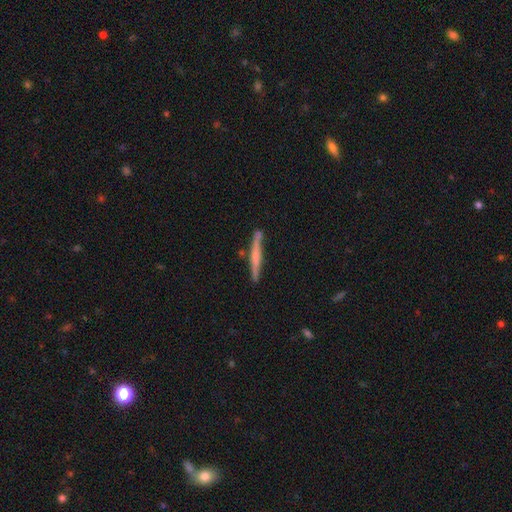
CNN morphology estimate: Q: Smooth or featured?
A: featured or disk (52%); runner-up: smooth (42%)
Q: Edge-on disk?
A: yes (96%); runner-up: no (4%)
Q: Merging?
A: none (83%); runner-up: minor disturbance (12%)